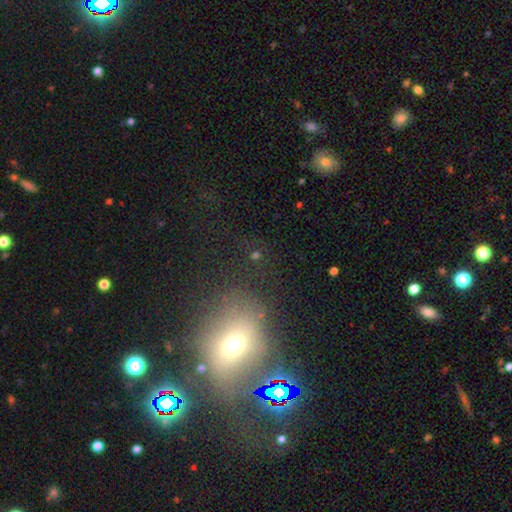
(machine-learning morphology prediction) smooth-or-featured: smooth: 44% | star or artifact: 37% | featured or disk: 19%
  merging: none: 66% | minor disturbance: 14% | major disturbance: 13% | merger: 6%